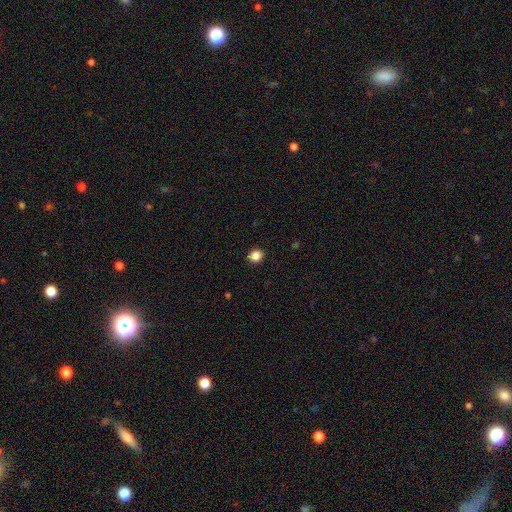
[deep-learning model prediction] Smooth or featured? smooth (85%)
How rounded? round (84%)
Merging? none (91%)